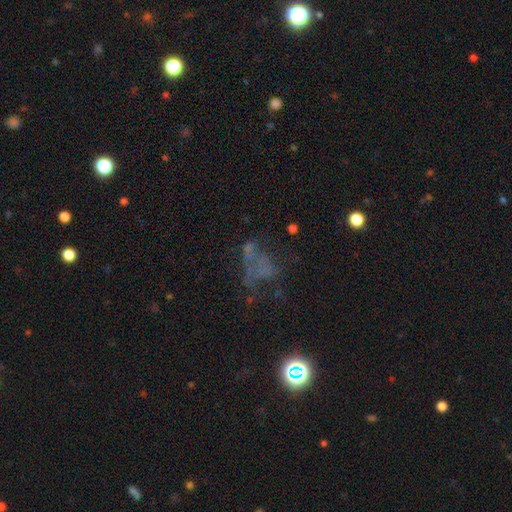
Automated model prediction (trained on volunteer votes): Smooth or featured? featured or disk (39%)
Merging? none (38%)